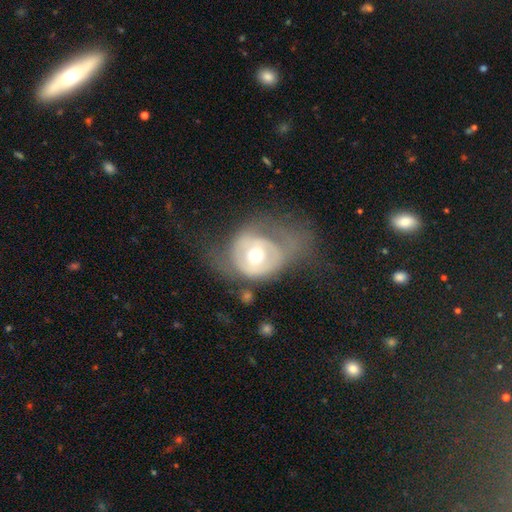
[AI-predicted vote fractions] smooth_or_featured: featured or disk (p=0.56) [alt: smooth p=0.37]
disk_edge_on: no (p=0.95) [alt: yes p=0.05]
bar: no (p=0.66) [alt: weak p=0.24]
has_spiral_arms: no (p=0.63) [alt: yes p=0.37]
bulge_size: moderate (p=0.72) [alt: small p=0.16]
merging: major disturbance (p=0.42) [alt: none p=0.31]